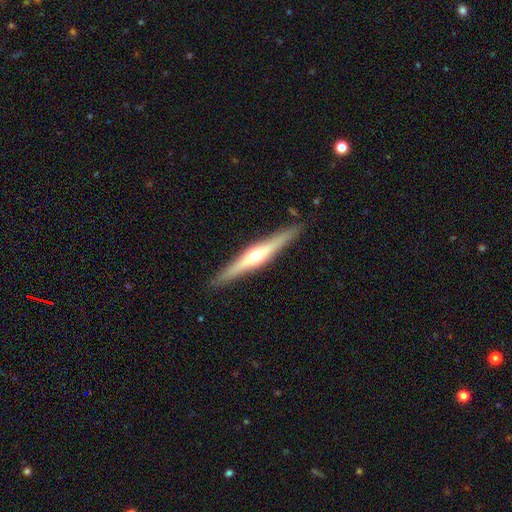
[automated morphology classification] Q: Smooth or featured?
A: featured or disk (71%); runner-up: smooth (24%)
Q: Edge-on disk?
A: yes (97%); runner-up: no (3%)
Q: Edge-on bulge?
A: rounded (91%); runner-up: none (5%)
Q: Merging?
A: none (90%); runner-up: minor disturbance (7%)